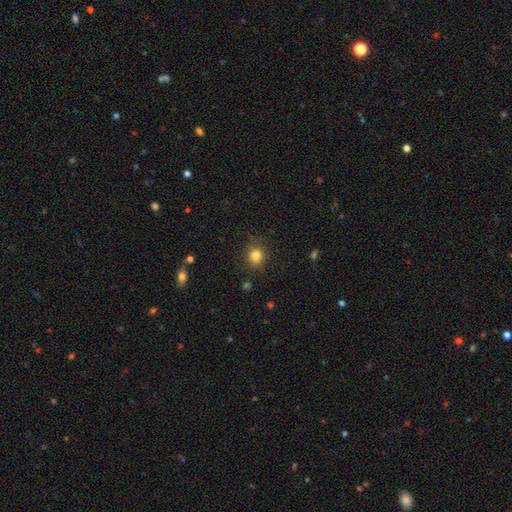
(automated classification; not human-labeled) The model was most divided on "how rounded": round: 84%, in between: 15%, cigar-shaped: 1%. More confident: merging — none (85%); smooth or featured — smooth (83%).